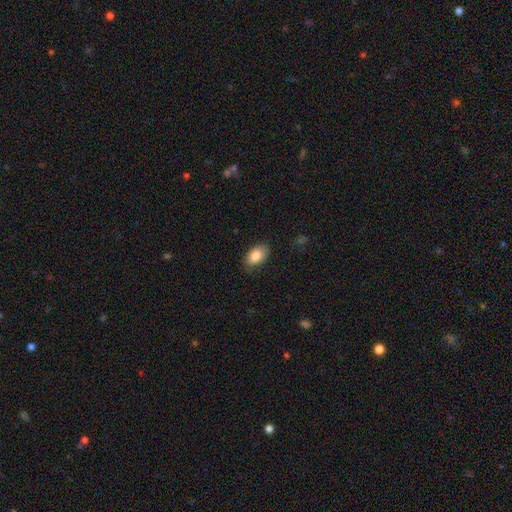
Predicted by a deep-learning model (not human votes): smooth 85%, featured or disk 8%, star or artifact 7%. Down the decision tree: how rounded — in between (91%); merging — none (82%).